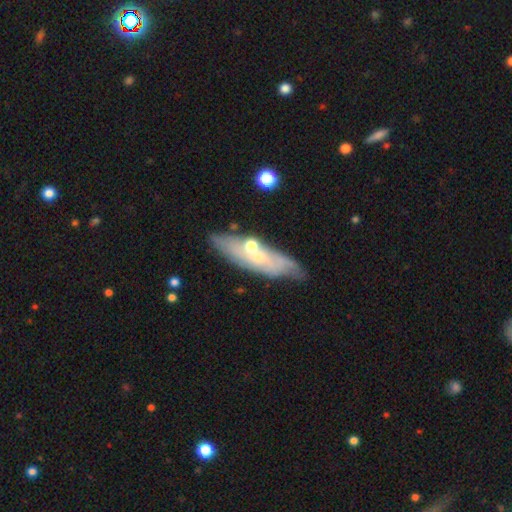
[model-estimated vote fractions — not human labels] Overall: featured or disk (58%; smooth 34%). Edge-on disk: no (65%; yes 35%). Merging: none (66%).